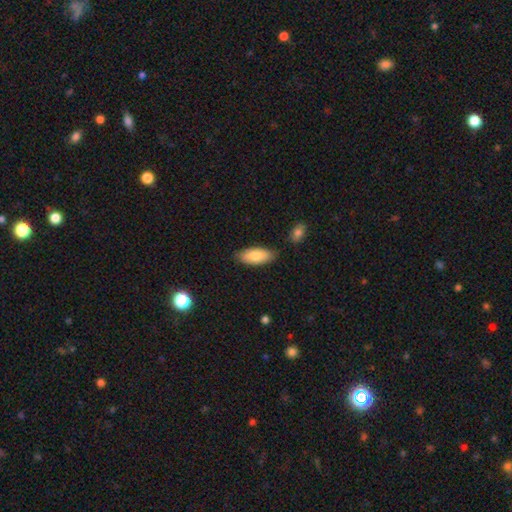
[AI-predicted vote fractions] A smooth galaxy with no disk features (82%) that is in between round and cigar-shaped (86%).

Vote fractions:
- Smooth or featured? smooth: 82% / featured or disk: 12% / star or artifact: 6%
- How rounded? in between: 86% / cigar-shaped: 12% / round: 2%
- Merging? none: 79% / minor disturbance: 15% / merger: 3% / major disturbance: 3%